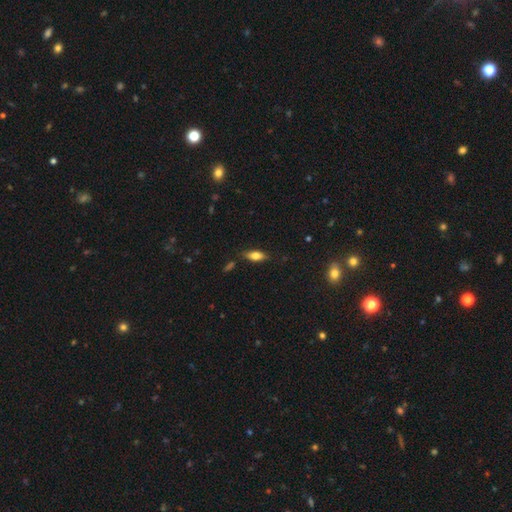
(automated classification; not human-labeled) smooth 71%, featured or disk 21%, star or artifact 9%. Down the decision tree: how rounded — in between (77%); merging — none (79%).